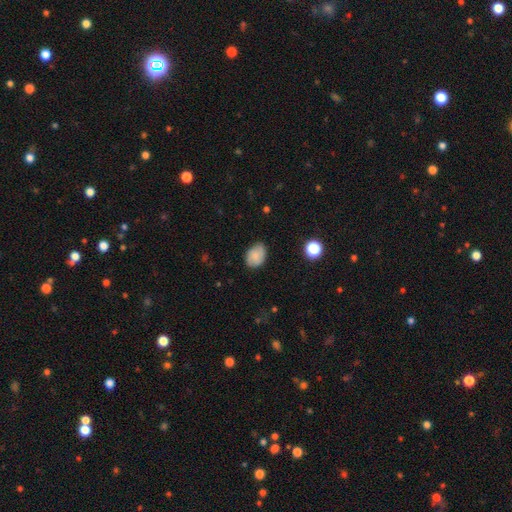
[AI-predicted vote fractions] Smooth or featured?
  - smooth: 74% *
  - featured or disk: 17%
  - star or artifact: 9%
How rounded?
  - in between: 76% *
  - round: 23%
  - cigar-shaped: 1%
Merging?
  - none: 74% *
  - minor disturbance: 21%
  - major disturbance: 4%
  - merger: 1%